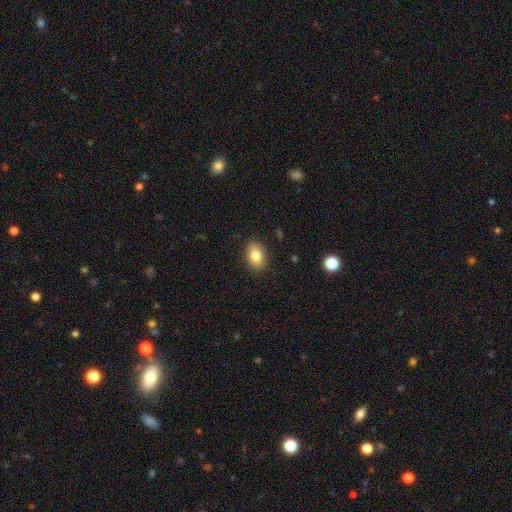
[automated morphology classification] The model was most divided on "how rounded": in between: 85%, round: 13%, cigar-shaped: 2%. More confident: merging — none (88%); smooth or featured — smooth (83%).